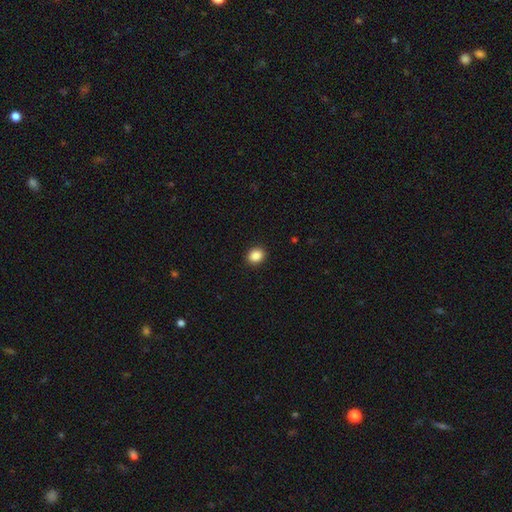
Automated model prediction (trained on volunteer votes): Smooth or featured?
  - smooth: 88% *
  - star or artifact: 9%
  - featured or disk: 3%
How rounded?
  - round: 60% *
  - in between: 39%
  - cigar-shaped: 1%
Merging?
  - none: 92% *
  - minor disturbance: 6%
  - major disturbance: 2%
  - merger: 1%